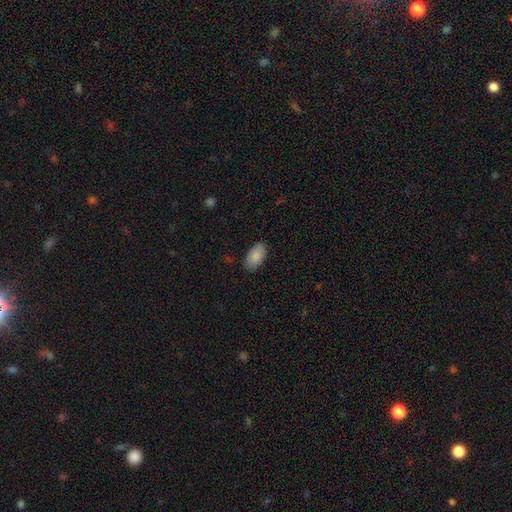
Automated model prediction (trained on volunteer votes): Q: Smooth or featured?
A: smooth (88%); runner-up: star or artifact (6%)
Q: How rounded?
A: in between (95%); runner-up: round (3%)
Q: Merging?
A: none (83%); runner-up: minor disturbance (13%)